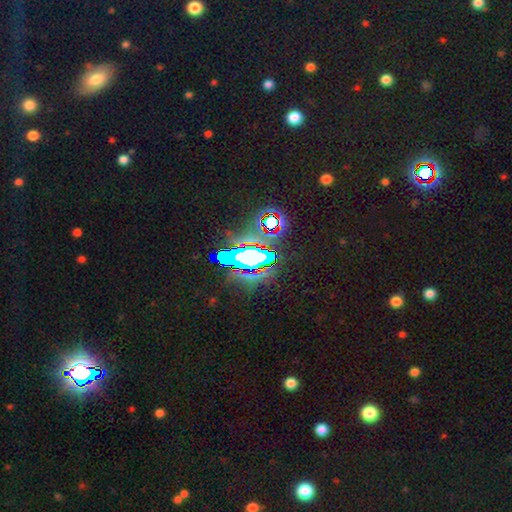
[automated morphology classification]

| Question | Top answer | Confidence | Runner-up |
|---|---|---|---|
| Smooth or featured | star or artifact | 83% | smooth (9%) |